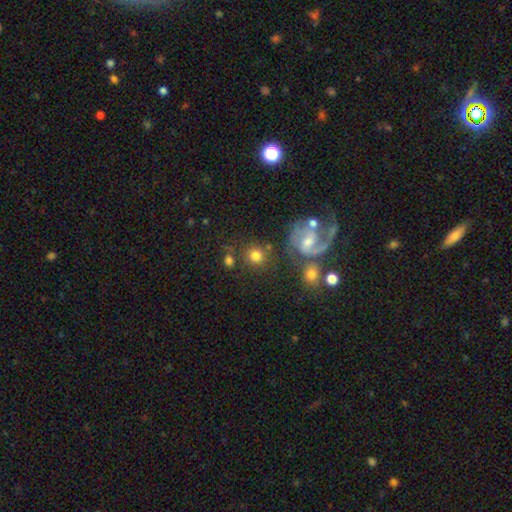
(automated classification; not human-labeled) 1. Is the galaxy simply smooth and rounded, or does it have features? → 73% smooth, 16% featured or disk, 11% star or artifact.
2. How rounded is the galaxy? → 87% round, 12% in between, 1% cigar-shaped.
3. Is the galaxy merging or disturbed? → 71% none, 11% minor disturbance, 11% merger, 7% major disturbance.